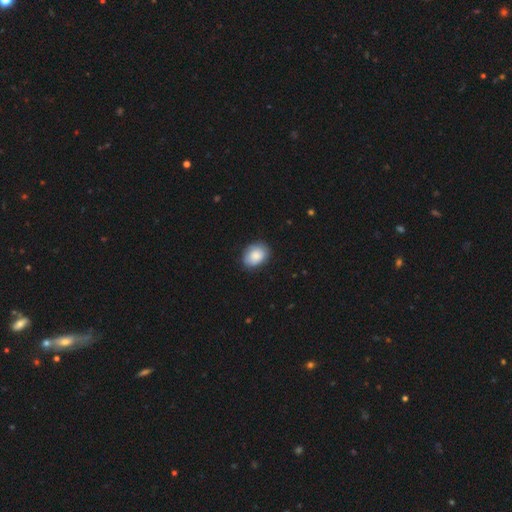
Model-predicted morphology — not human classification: smooth-or-featured: smooth: 83% | featured or disk: 11% | star or artifact: 7%
  how-rounded: in between: 62% | round: 37% | cigar-shaped: 1%
  merging: none: 80% | minor disturbance: 16% | major disturbance: 3% | merger: 1%